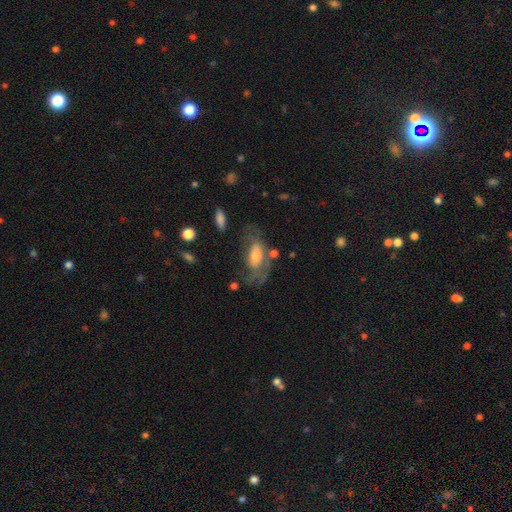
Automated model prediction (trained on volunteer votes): Smooth or featured: featured or disk — 58% (smooth — 34%)
Edge-on disk: no — 90% (yes — 10%)
Bar: no — 65% (weak — 26%)
Spiral arms: yes — 63% (no — 37%)
Bulge size: moderate — 51% (small — 33%)
Merging: none — 45% (major disturbance — 28%)